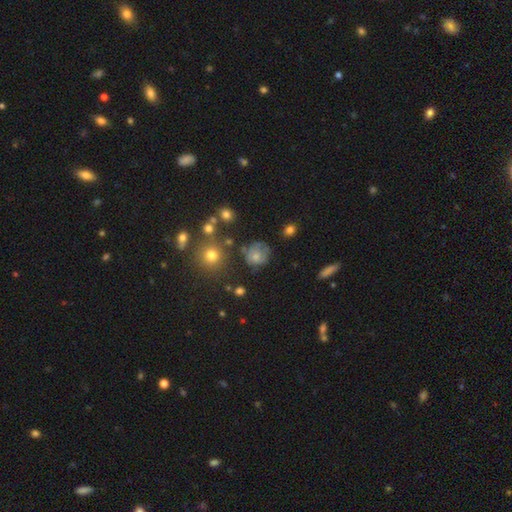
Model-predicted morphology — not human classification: This is possibly a smooth galaxy (56%). How rounded: clearly round (80%). Merging: possibly none (56%).